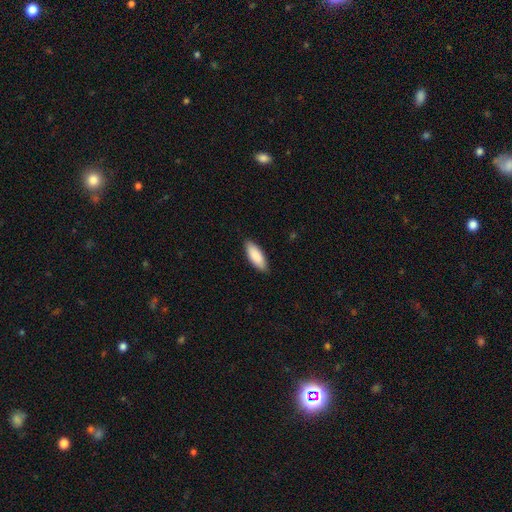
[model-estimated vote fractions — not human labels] Smooth or featured?
  - smooth: 89% *
  - featured or disk: 6%
  - star or artifact: 5%
How rounded?
  - in between: 73% *
  - cigar-shaped: 25%
  - round: 1%
Merging?
  - none: 87% *
  - minor disturbance: 11%
  - major disturbance: 2%
  - merger: 1%